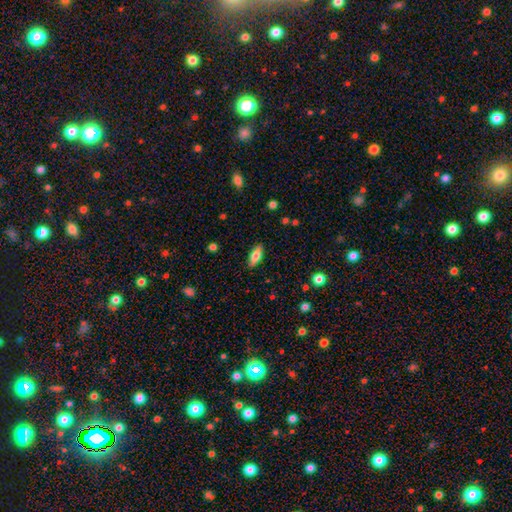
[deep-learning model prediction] This appears to be a smooth galaxy with no disk features (72%) that is in between round and cigar-shaped (77%). Merging: none (87%).